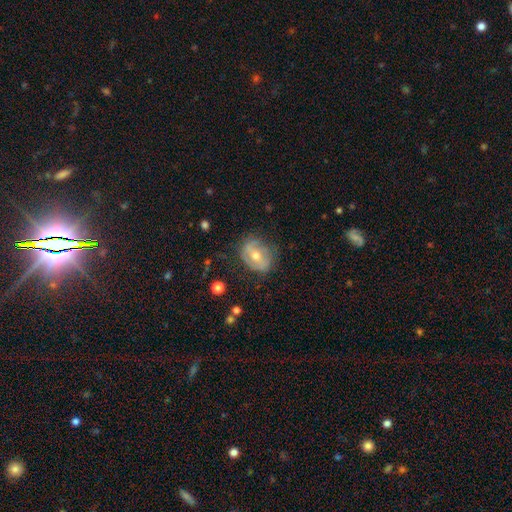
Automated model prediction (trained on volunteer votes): A featured or disk galaxy (57%) with no bar (42%), spiral arms (57%) and a moderate central bulge (65%). Merging: none (71%).